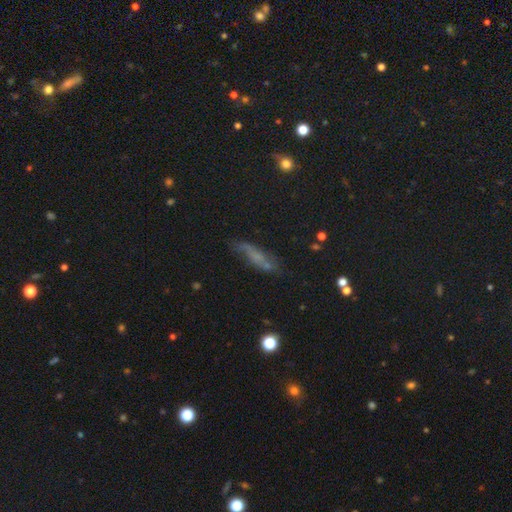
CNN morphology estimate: type=smooth (46%); merging=none (52%).